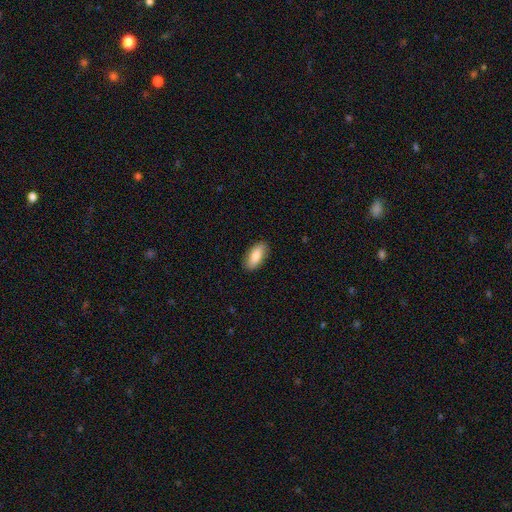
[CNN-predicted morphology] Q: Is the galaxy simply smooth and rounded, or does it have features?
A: smooth — 83%.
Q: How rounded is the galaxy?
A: in between — 85%.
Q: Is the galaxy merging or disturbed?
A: none — 88%.